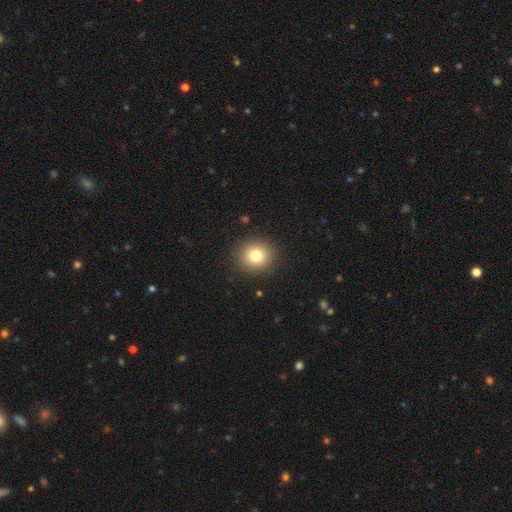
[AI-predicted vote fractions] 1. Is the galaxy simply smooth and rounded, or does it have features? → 80% smooth, 12% star or artifact, 9% featured or disk.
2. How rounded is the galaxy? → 88% round, 11% in between, 1% cigar-shaped.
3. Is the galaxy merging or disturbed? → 91% none, 6% minor disturbance, 2% major disturbance, 1% merger.